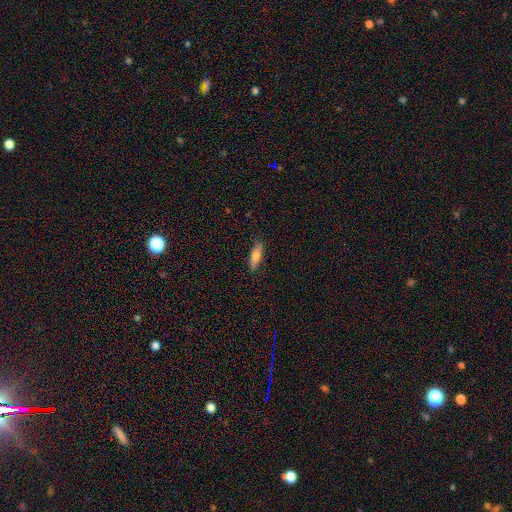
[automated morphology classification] Smooth or featured? Predicted: smooth (p=0.68). How rounded? Predicted: cigar-shaped (p=0.61). Merging? Predicted: none (p=0.86).